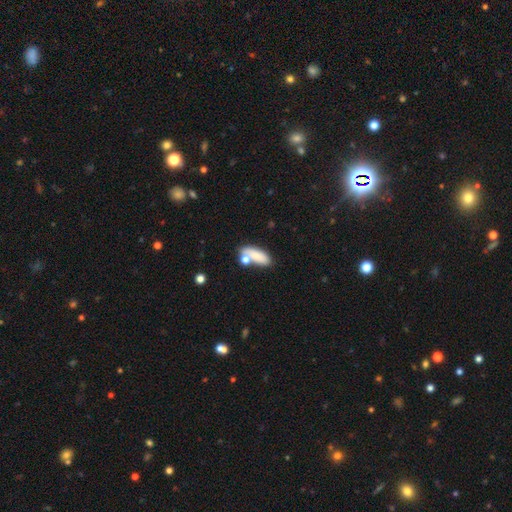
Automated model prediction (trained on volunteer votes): Smooth or featured?
  - smooth: 79% *
  - featured or disk: 13%
  - star or artifact: 8%
How rounded?
  - in between: 76% *
  - cigar-shaped: 20%
  - round: 4%
Merging?
  - none: 51% *
  - merger: 25%
  - minor disturbance: 17%
  - major disturbance: 7%